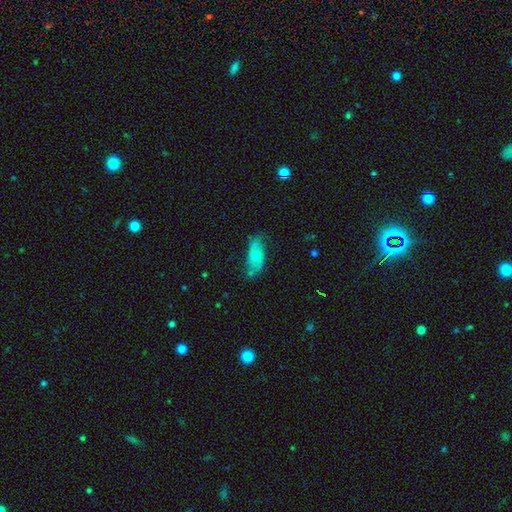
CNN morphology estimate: Smooth or featured: smooth — 62% (featured or disk — 31%)
How rounded: in between — 82% (cigar-shaped — 15%)
Merging: none — 61% (minor disturbance — 28%)